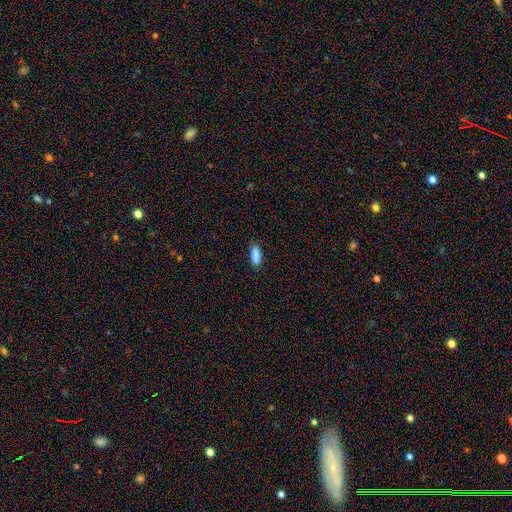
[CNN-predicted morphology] Smooth or featured: smooth — 87% (star or artifact — 8%)
How rounded: in between — 56% (cigar-shaped — 42%)
Merging: none — 85% (minor disturbance — 11%)